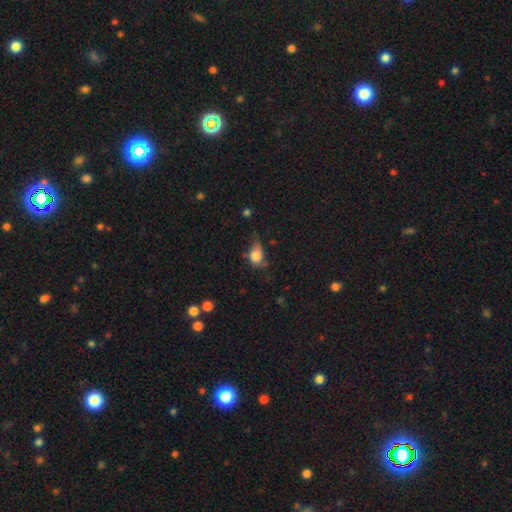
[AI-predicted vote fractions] A smooth galaxy with no disk features (79%) that is in between round and cigar-shaped (66%). Merging: minor disturbance (40%).